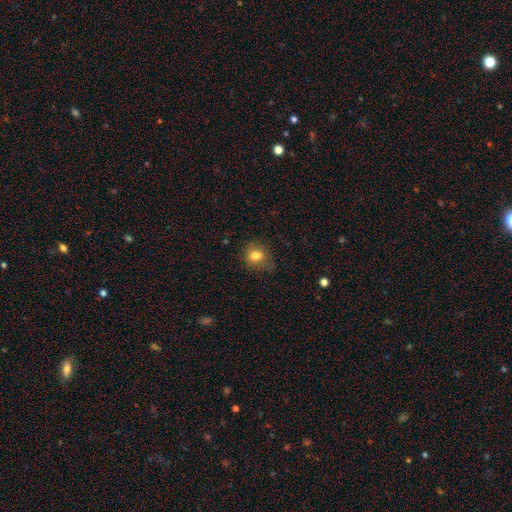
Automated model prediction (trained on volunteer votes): smooth 80%, star or artifact 11%, featured or disk 9%. Down the decision tree: how rounded — round (67%); merging — none (74%).